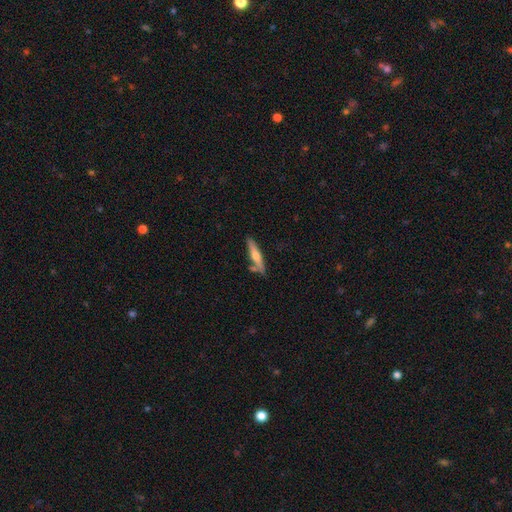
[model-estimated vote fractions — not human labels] smooth-or-featured: featured or disk: 52% | smooth: 43% | star or artifact: 6%
  disk-edge-on: yes: 94% | no: 6%
  merging: none: 73% | minor disturbance: 14% | merger: 9% | major disturbance: 3%